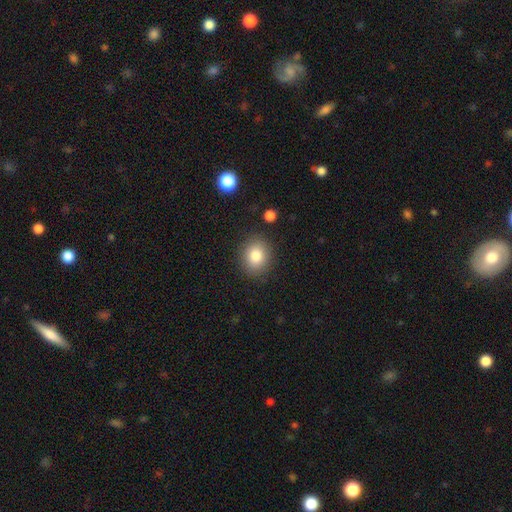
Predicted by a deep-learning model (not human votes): Smooth or featured: smooth — 83% (star or artifact — 10%)
How rounded: round — 63% (in between — 36%)
Merging: none — 87% (minor disturbance — 9%)